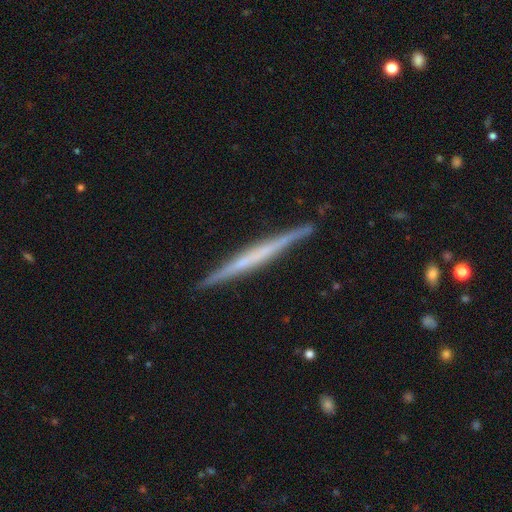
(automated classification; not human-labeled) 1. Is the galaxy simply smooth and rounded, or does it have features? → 64% featured or disk, 31% smooth, 5% star or artifact.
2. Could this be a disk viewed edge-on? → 98% yes, 2% no.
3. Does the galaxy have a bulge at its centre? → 78% none, 14% rounded, 8% boxy.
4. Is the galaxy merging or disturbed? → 90% none, 8% minor disturbance, 1% major disturbance, 1% merger.